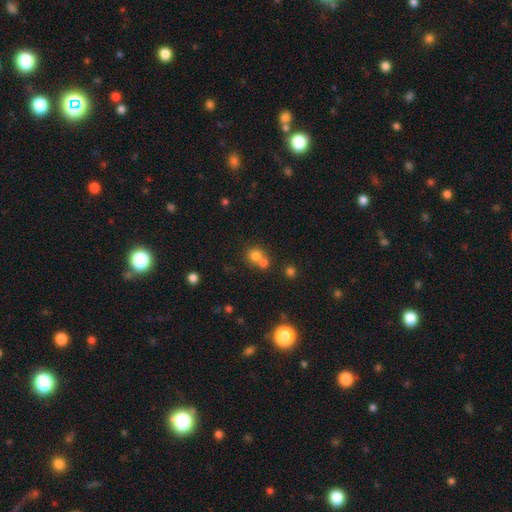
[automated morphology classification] This appears to be a smooth galaxy with no disk features (74%) that is round (86%). Merging: none (46%).